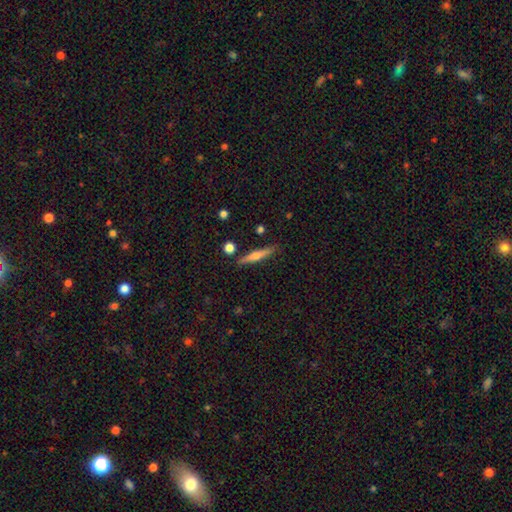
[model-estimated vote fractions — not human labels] Smooth or featured: featured or disk — 50% (smooth — 43%)
Merging: none — 86% (minor disturbance — 9%)